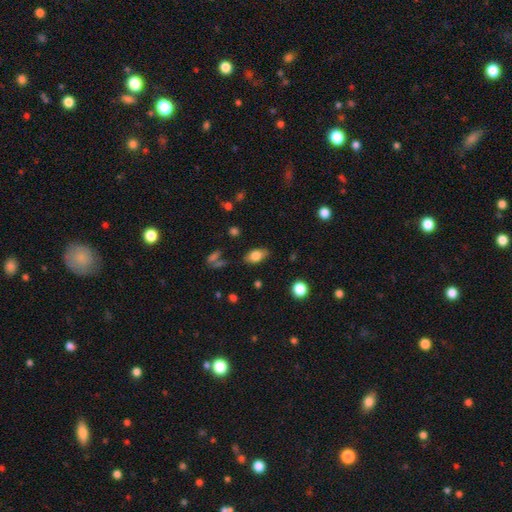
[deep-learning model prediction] smooth_or_featured: smooth (p=0.79) [alt: featured or disk p=0.13]
how_rounded: in between (p=0.90) [alt: round p=0.07]
merging: none (p=0.80) [alt: minor disturbance p=0.14]